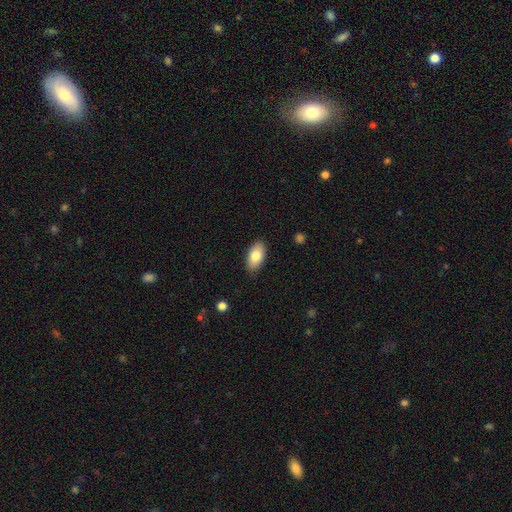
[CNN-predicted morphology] The model was most divided on "smooth or featured": smooth: 81%, featured or disk: 12%, star or artifact: 6%. More confident: how rounded — in between (94%); merging — none (87%).